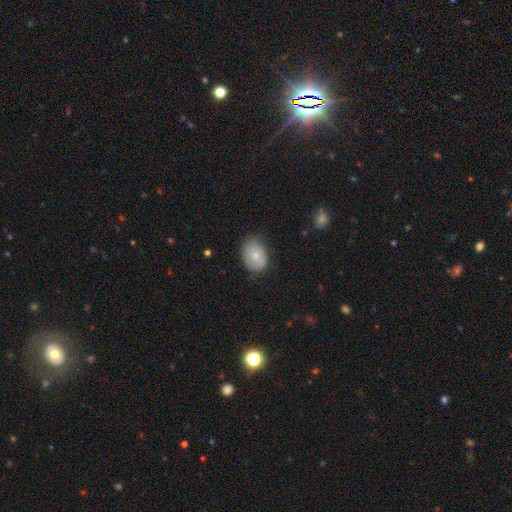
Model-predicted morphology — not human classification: smooth-or-featured: smooth: 73% | featured or disk: 19% | star or artifact: 8%
  how-rounded: in between: 70% | round: 29% | cigar-shaped: 1%
  merging: none: 67% | minor disturbance: 26% | major disturbance: 6% | merger: 1%